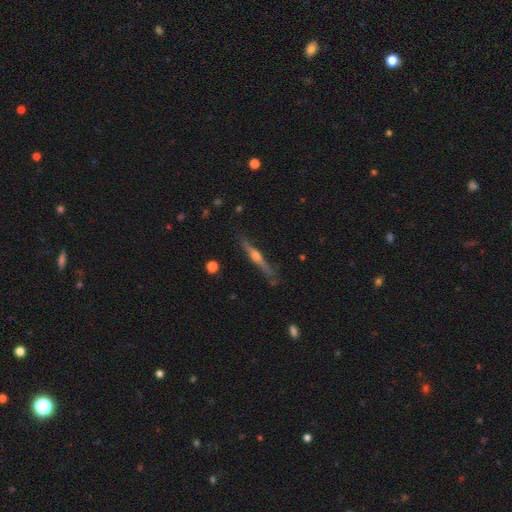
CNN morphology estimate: This is likely a featured or disk galaxy (75%). It is clearly viewed edge-on (98%). Edge-on bulge: clearly rounded (88%). Merging: clearly none (85%).